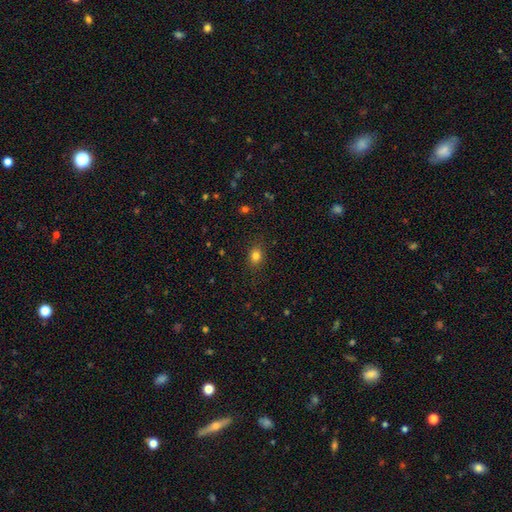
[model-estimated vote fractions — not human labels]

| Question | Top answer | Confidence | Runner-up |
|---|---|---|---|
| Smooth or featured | smooth | 81% | star or artifact (12%) |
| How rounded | in between | 54% | round (45%) |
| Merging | none | 86% | minor disturbance (10%) |